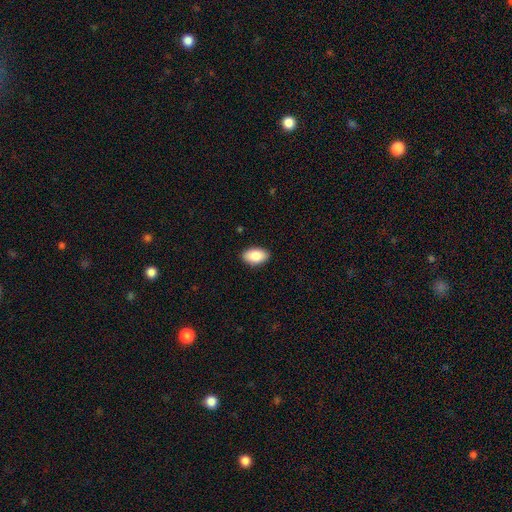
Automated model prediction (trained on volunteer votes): smooth 88%, star or artifact 7%, featured or disk 6%. Down the decision tree: how rounded — in between (94%); merging — none (89%).